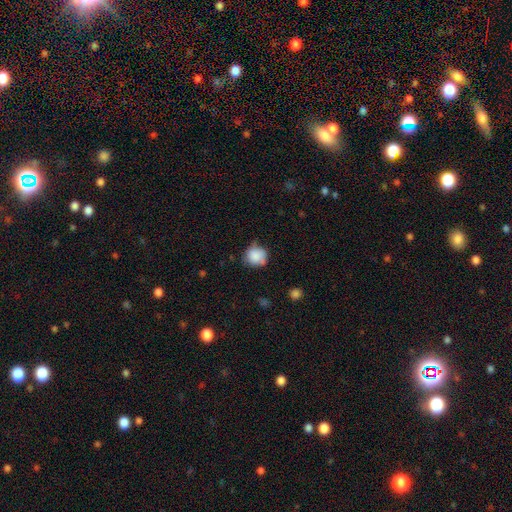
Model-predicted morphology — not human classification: This appears to be a smooth galaxy with no disk features (83%) that is round (85%). Merging: none (60%).